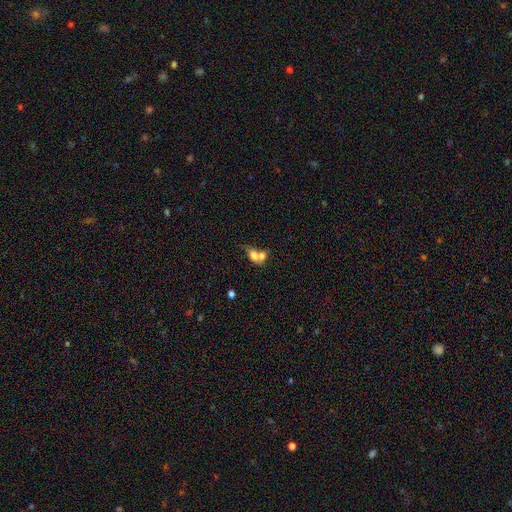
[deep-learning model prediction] smooth-or-featured: smooth: 68% | featured or disk: 22% | star or artifact: 10%
  how-rounded: in between: 64% | round: 33% | cigar-shaped: 3%
  merging: merger: 70% | none: 16% | minor disturbance: 7% | major disturbance: 7%